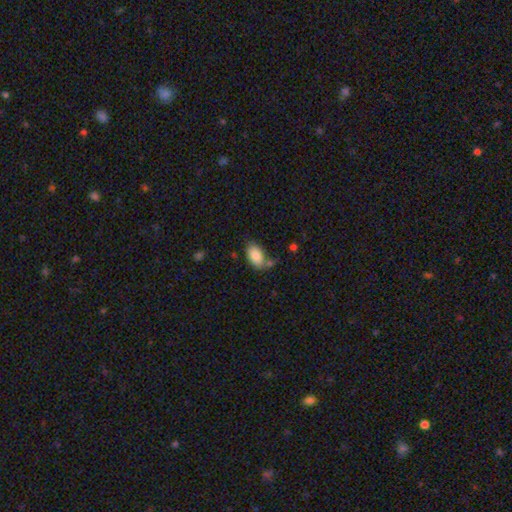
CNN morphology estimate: Smooth or featured? Predicted: smooth (p=0.85). How rounded? Predicted: in between (p=0.92). Merging? Predicted: none (p=0.62).